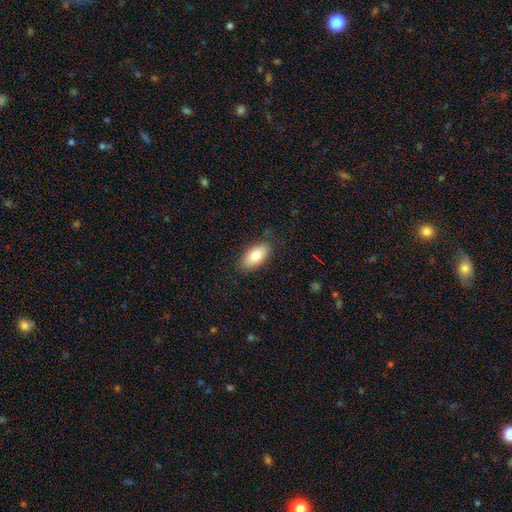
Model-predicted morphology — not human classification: Smooth or featured? Predicted: smooth (p=0.80). How rounded? Predicted: in between (p=0.91). Merging? Predicted: none (p=0.83).